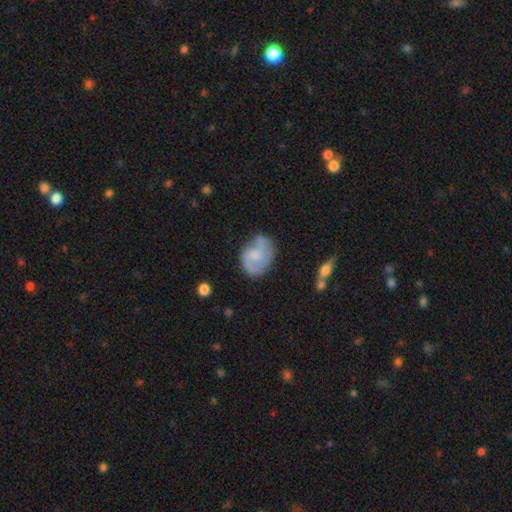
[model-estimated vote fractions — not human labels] A featured or disk galaxy (61%) with no bar (55%), 2 (72%) medium (46%) spiral arms (85%) and no central bulge (33%). Merging: none (61%).